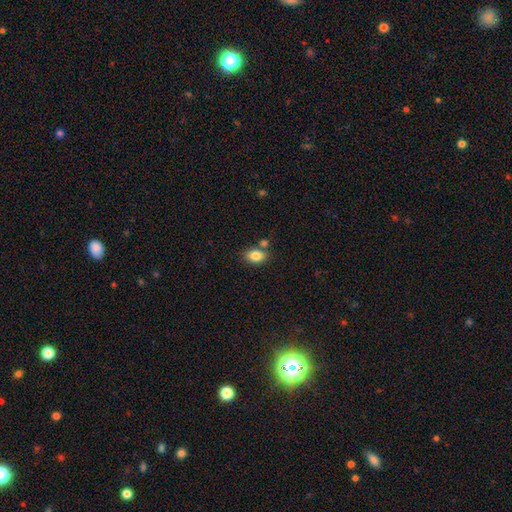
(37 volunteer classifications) Smooth or featured? smooth (92%)
How rounded? in between (65%)
Merging? none (66%)